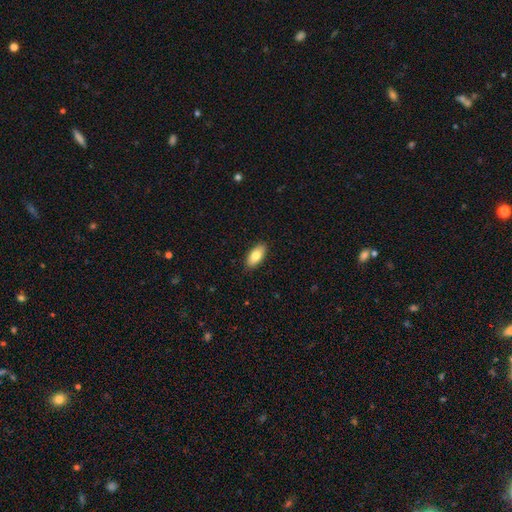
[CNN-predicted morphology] This appears to be a smooth galaxy with no disk features (82%) that is in between round and cigar-shaped (89%). Merging: none (89%).